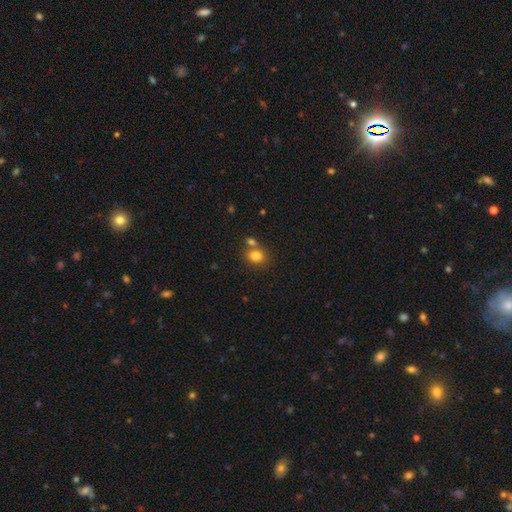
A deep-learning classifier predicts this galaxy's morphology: This appears to be a smooth galaxy with no disk features (81%) that is round (66%). Merging: none (58%).